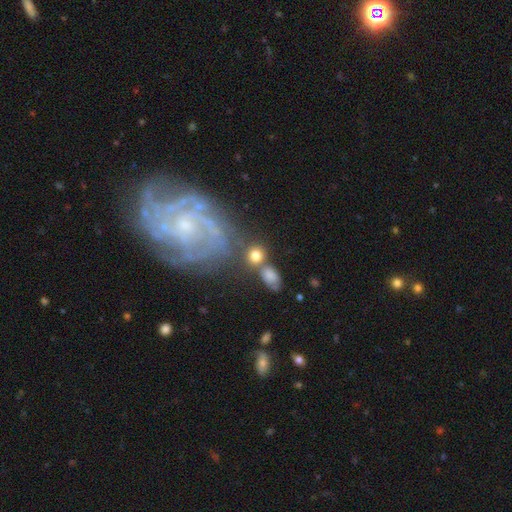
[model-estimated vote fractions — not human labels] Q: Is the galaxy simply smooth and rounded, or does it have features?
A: smooth — 75%.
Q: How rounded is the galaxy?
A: round — 75%.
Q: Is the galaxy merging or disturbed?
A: none — 59%.